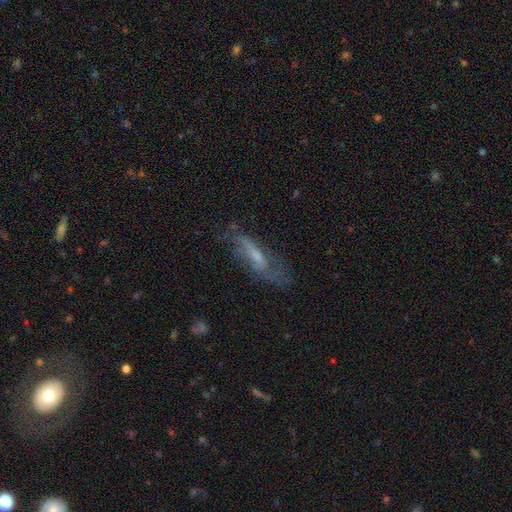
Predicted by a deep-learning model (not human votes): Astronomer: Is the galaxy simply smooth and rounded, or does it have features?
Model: featured or disk — 58% (runner-up: smooth, 33%).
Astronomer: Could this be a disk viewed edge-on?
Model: no — 68%.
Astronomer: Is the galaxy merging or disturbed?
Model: none — 55%.